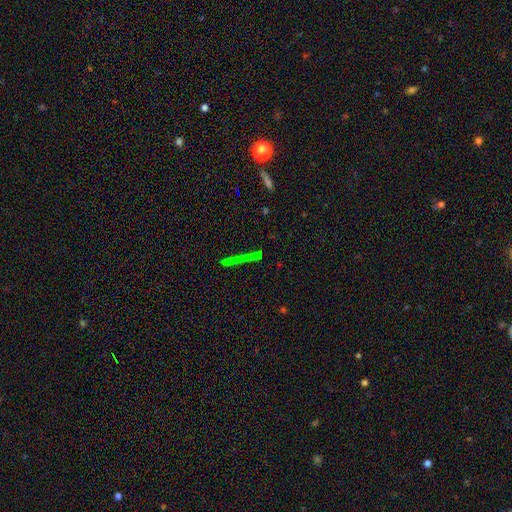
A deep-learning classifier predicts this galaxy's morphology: Smooth or featured? star or artifact (63%)